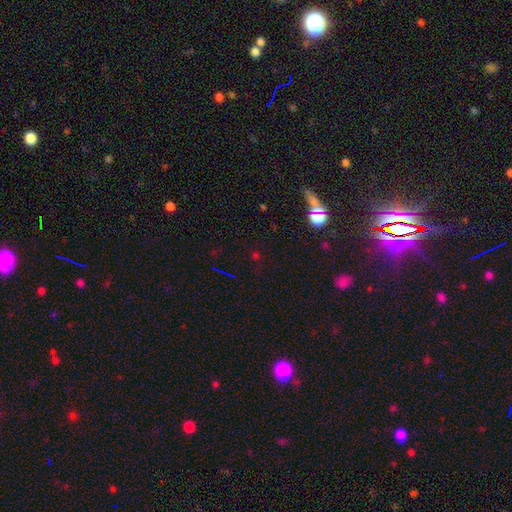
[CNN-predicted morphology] Smooth or featured?
  - star or artifact: 63% *
  - smooth: 29%
  - featured or disk: 8%